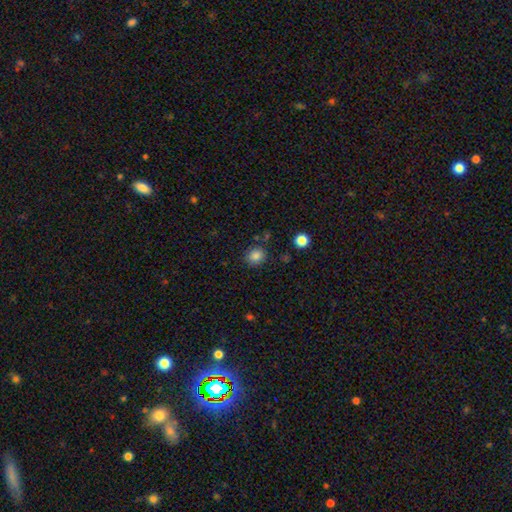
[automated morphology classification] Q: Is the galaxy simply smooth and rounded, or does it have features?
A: smooth — 84%.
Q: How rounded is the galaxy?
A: round — 74%.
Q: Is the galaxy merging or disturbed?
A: none — 83%.